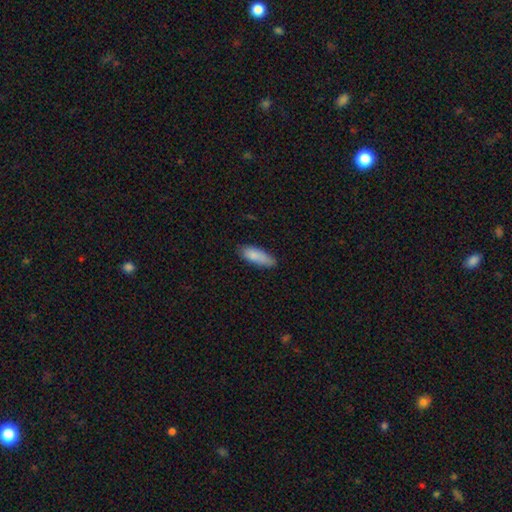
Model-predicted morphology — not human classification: The model was most divided on "how rounded": in between: 68%, cigar-shaped: 30%, round: 2%. More confident: smooth or featured — smooth (85%); merging — none (72%).